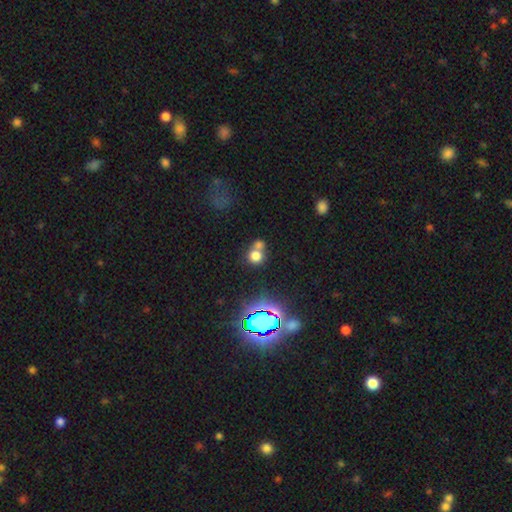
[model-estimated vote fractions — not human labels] This is likely a smooth galaxy (71%). How rounded: clearly round (82%). Merging: possibly merger (46%).